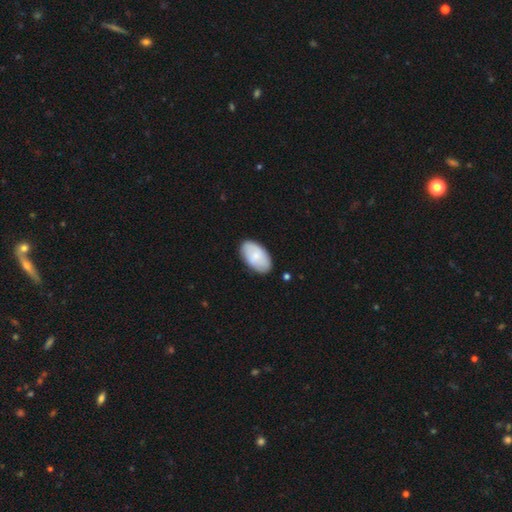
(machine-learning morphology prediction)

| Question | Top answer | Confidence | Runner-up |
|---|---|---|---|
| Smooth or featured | smooth | 74% | featured or disk (21%) |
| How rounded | in between | 95% | round (4%) |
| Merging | none | 84% | minor disturbance (13%) |